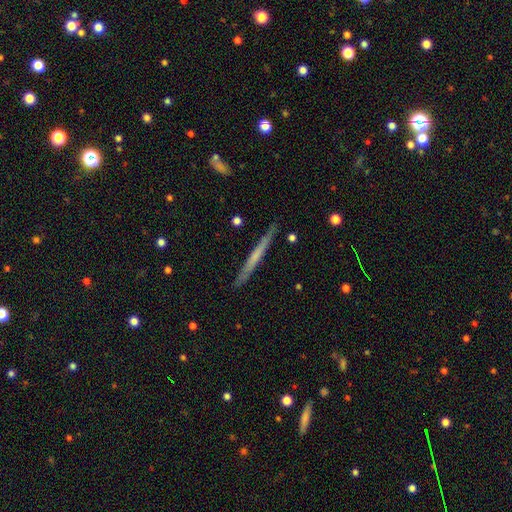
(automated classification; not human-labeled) Smooth or featured?
  - featured or disk: 53% *
  - smooth: 41%
  - star or artifact: 6%
Edge-on disk?
  - yes: 96% *
  - no: 4%
Edge-on bulge?
  - none: 80% *
  - rounded: 13%
  - boxy: 6%
Merging?
  - none: 89% *
  - minor disturbance: 8%
  - major disturbance: 2%
  - merger: 1%